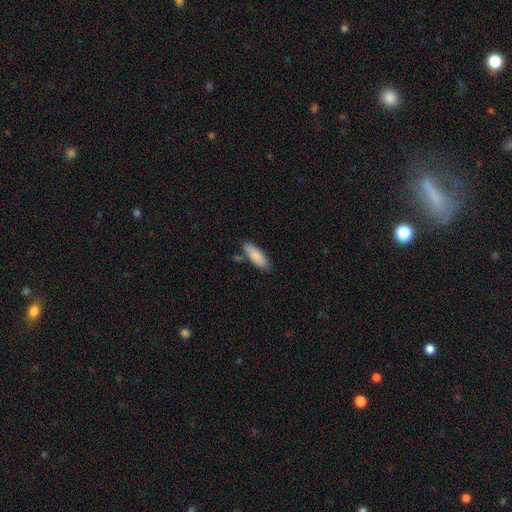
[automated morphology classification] Smooth or featured? Predicted: smooth (p=0.85). How rounded? Predicted: in between (p=0.70). Merging? Predicted: none (p=0.76).